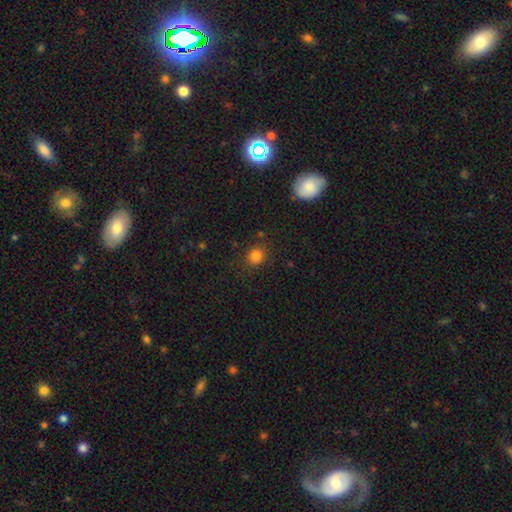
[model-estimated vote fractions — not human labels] Q: Smooth or featured?
A: smooth (82%); runner-up: star or artifact (14%)
Q: How rounded?
A: round (76%); runner-up: in between (23%)
Q: Merging?
A: none (84%); runner-up: minor disturbance (10%)